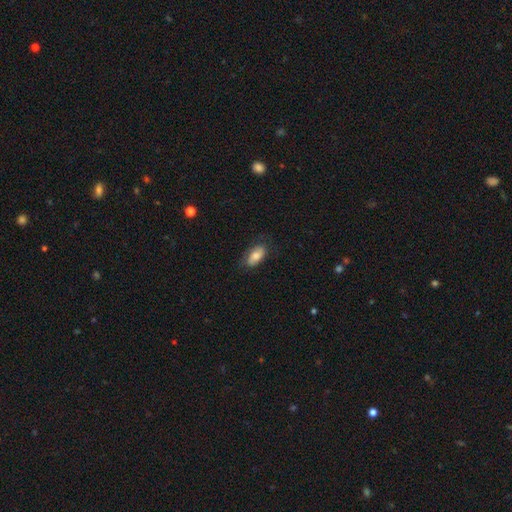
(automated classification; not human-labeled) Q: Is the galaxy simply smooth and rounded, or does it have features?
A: smooth — 78%.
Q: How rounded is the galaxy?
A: in between — 91%.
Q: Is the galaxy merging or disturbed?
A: none — 76%.